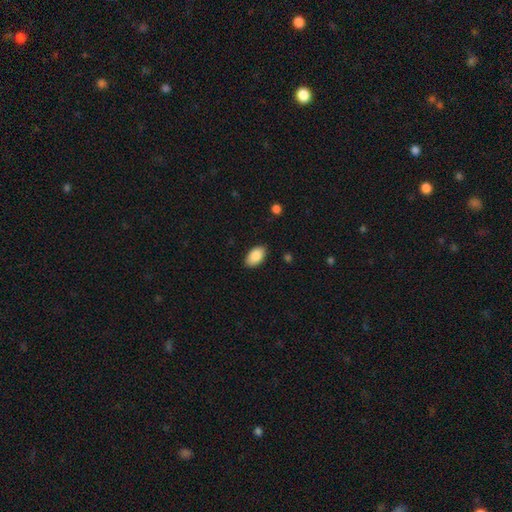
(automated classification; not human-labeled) smooth-or-featured: smooth: 88% | star or artifact: 6% | featured or disk: 5%
  how-rounded: in between: 94% | round: 4% | cigar-shaped: 2%
  merging: none: 87% | minor disturbance: 10% | major disturbance: 2% | merger: 1%